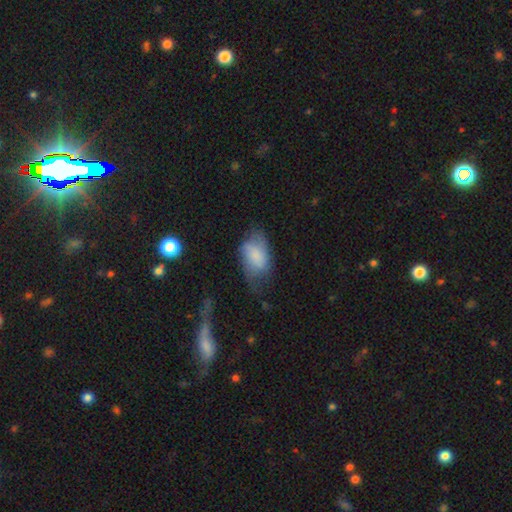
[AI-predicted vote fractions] A smooth galaxy with no disk features (69%) that is in between round and cigar-shaped (92%).

Vote fractions:
- Smooth or featured? smooth: 69% / featured or disk: 24% / star or artifact: 8%
- How rounded? in between: 92% / round: 7% / cigar-shaped: 2%
- Merging? none: 40% / minor disturbance: 34% / major disturbance: 24% / merger: 2%